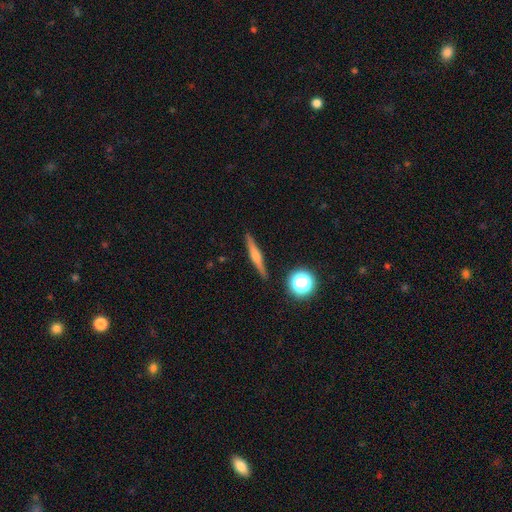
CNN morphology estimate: This is possibly a featured or disk galaxy (56%). It is clearly viewed edge-on (97%). Edge-on bulge: likely rounded (65%). Merging: clearly none (89%).